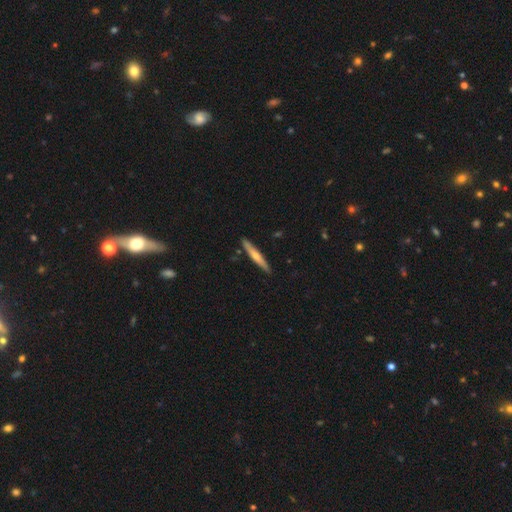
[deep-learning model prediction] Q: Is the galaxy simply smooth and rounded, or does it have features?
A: smooth — 48%.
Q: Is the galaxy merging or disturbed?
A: none — 89%.